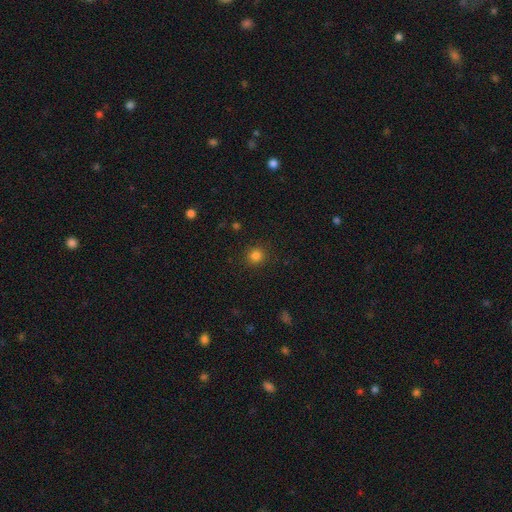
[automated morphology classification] This appears to be a smooth galaxy with no disk features (83%) that is round (92%). Merging: none (90%).